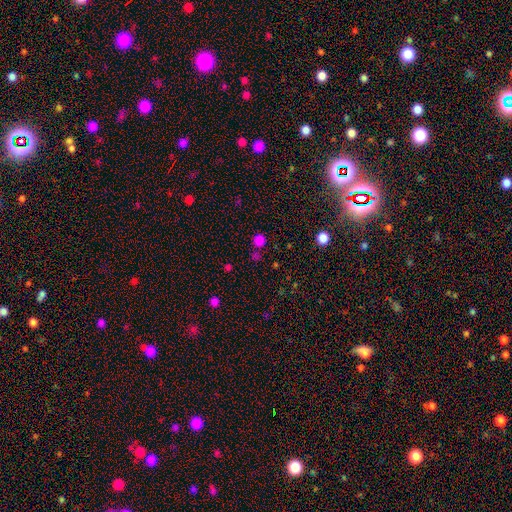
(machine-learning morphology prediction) Smooth or featured? Predicted: smooth (p=0.74). How rounded? Predicted: round (p=0.92). Merging? Predicted: none (p=0.80).